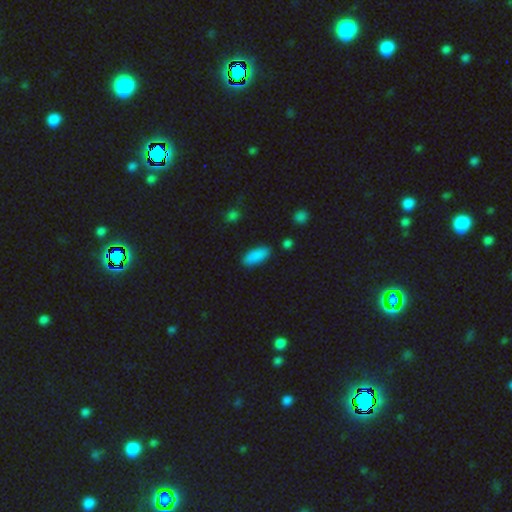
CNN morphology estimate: Smooth or featured? smooth (88%)
How rounded? in between (77%)
Merging? none (86%)